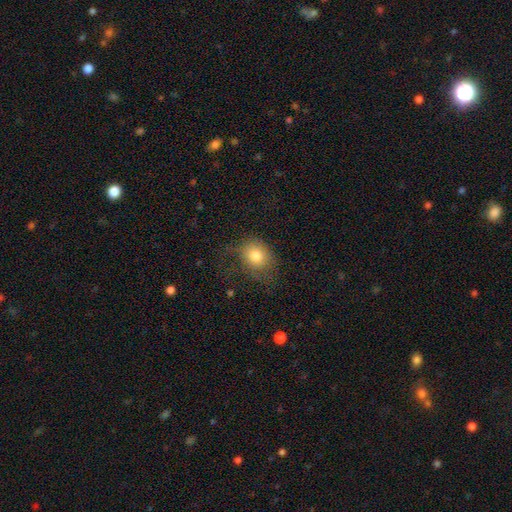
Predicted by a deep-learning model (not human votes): The model was most divided on "how rounded": round: 61%, in between: 38%, cigar-shaped: 1%. More confident: smooth or featured — smooth (78%); merging — none (53%).